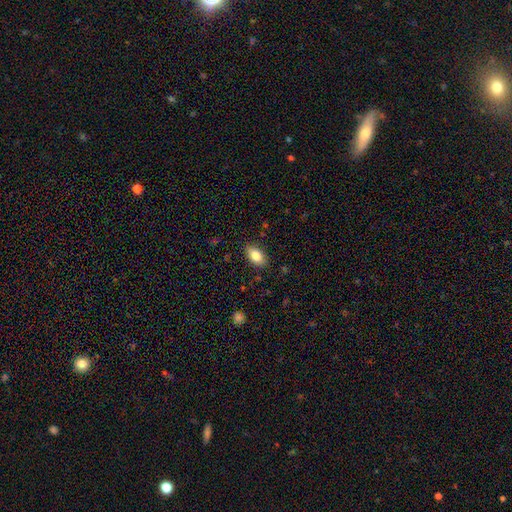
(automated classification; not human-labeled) This is clearly a smooth galaxy (82%). How rounded: clearly in between (91%). Merging: clearly none (87%).